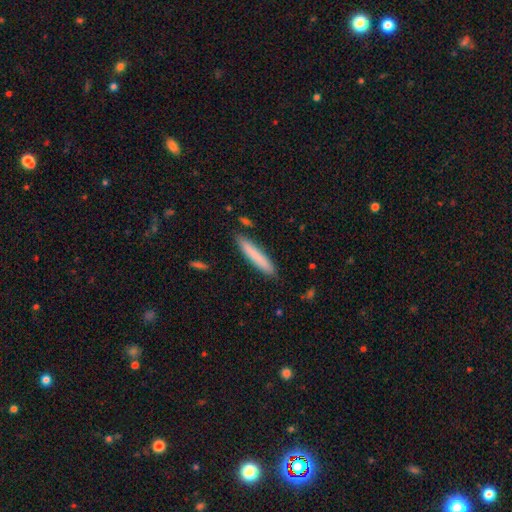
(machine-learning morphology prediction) Smooth or featured: smooth — 80% (featured or disk — 14%)
How rounded: cigar-shaped — 93% (in between — 6%)
Merging: none — 87% (minor disturbance — 9%)